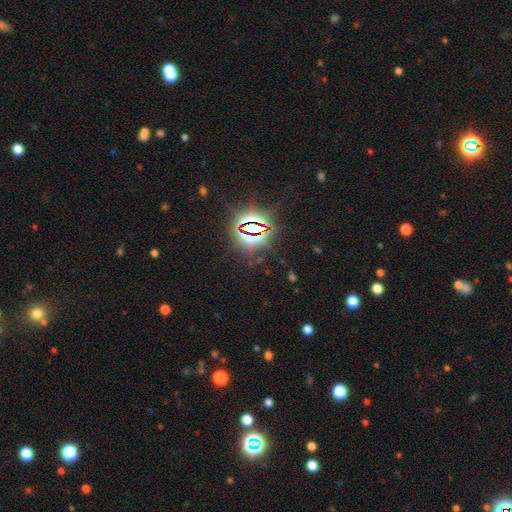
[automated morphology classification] star or artifact 82%, smooth 11%, featured or disk 7%.